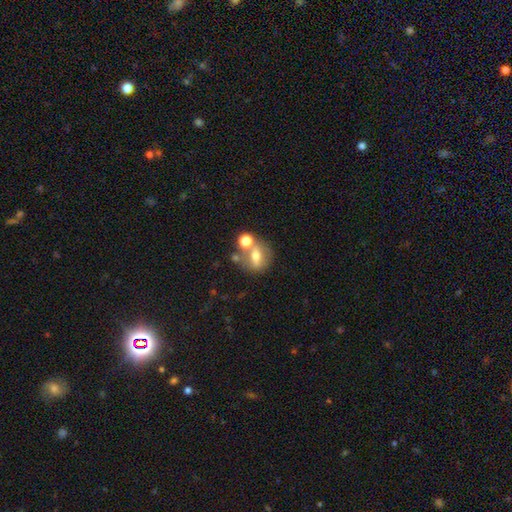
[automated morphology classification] The model was most divided on "how rounded": round: 57%, in between: 40%, cigar-shaped: 3%. Remaining: smooth or featured — smooth (56%); merging — none (49%).